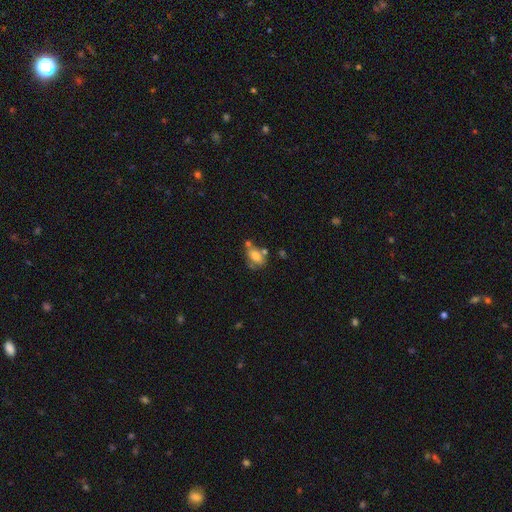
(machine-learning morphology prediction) This is likely a smooth galaxy (68%). How rounded: likely in between (79%). Merging: possibly none (45%).